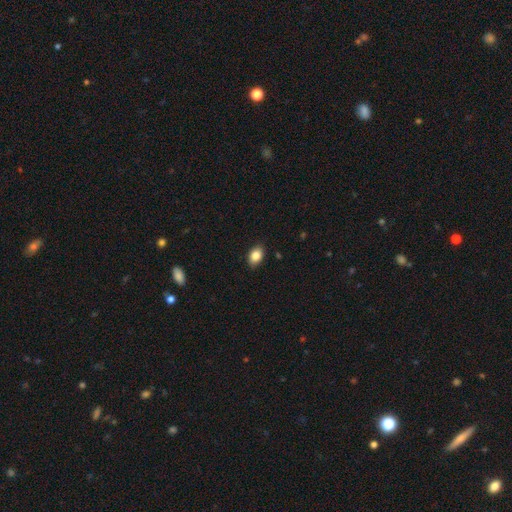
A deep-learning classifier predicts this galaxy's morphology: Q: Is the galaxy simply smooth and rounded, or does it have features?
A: smooth — 86%.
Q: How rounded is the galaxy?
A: in between — 80%.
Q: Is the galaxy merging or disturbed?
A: none — 87%.